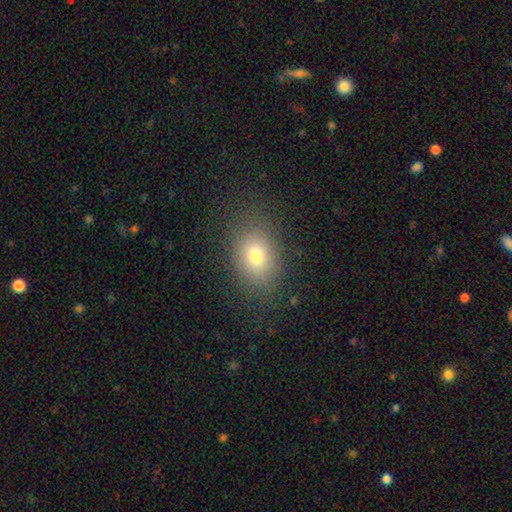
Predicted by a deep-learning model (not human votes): A smooth galaxy with no disk features (75%) that is in between round and cigar-shaped (66%).

Vote fractions:
- Smooth or featured? smooth: 75% / star or artifact: 13% / featured or disk: 12%
- How rounded? in between: 66% / round: 33% / cigar-shaped: 1%
- Merging? none: 83% / minor disturbance: 11% / major disturbance: 5% / merger: 1%